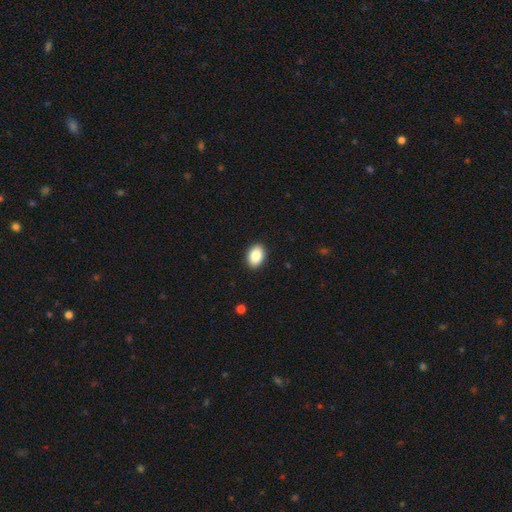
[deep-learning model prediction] Smooth or featured: smooth — 87% (star or artifact — 7%)
How rounded: in between — 83% (round — 16%)
Merging: none — 91% (minor disturbance — 7%)